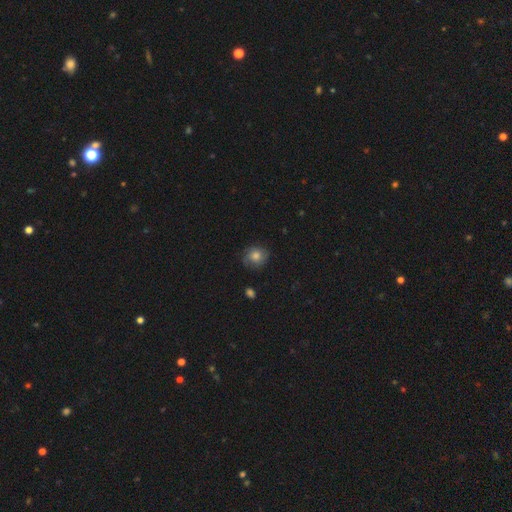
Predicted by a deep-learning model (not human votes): Overall: smooth (70%). How rounded: round (82%). Merging: none (73%).